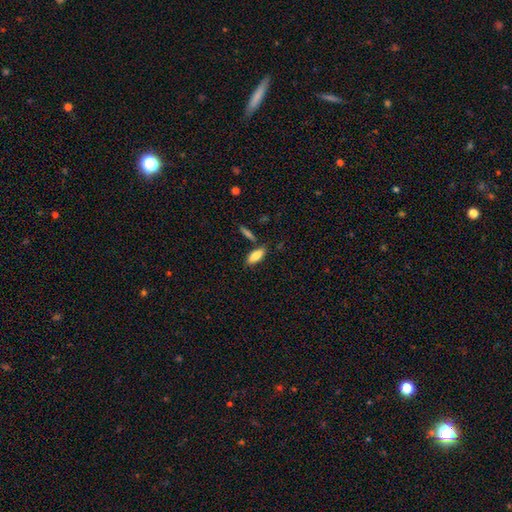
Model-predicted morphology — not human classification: A smooth galaxy with no disk features (83%) that is in between round and cigar-shaped (73%).

Vote fractions:
- Smooth or featured? smooth: 83% / featured or disk: 10% / star or artifact: 6%
- How rounded? in between: 73% / cigar-shaped: 25% / round: 2%
- Merging? none: 76% / minor disturbance: 13% / merger: 8% / major disturbance: 3%